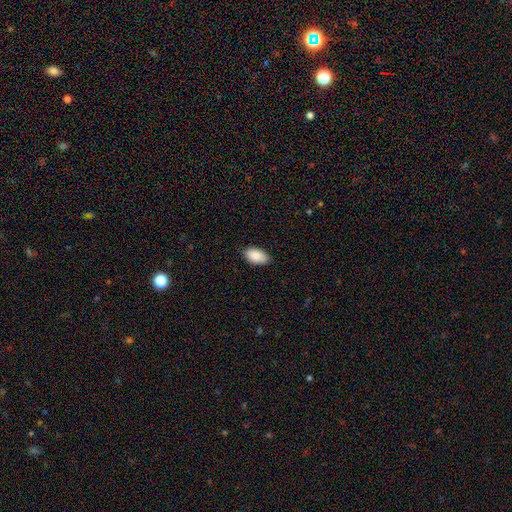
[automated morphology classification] smooth-or-featured: smooth: 89% | star or artifact: 6% | featured or disk: 5%
  how-rounded: in between: 95% | round: 3% | cigar-shaped: 2%
  merging: none: 85% | minor disturbance: 12% | major disturbance: 2% | merger: 1%